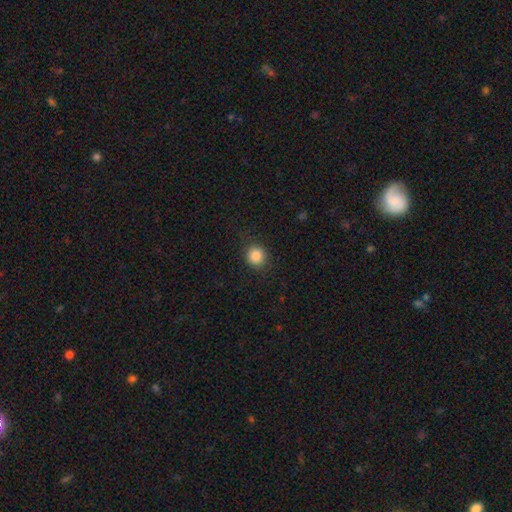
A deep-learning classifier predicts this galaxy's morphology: smooth-or-featured: smooth: 86% | star or artifact: 10% | featured or disk: 4%
  how-rounded: round: 89% | in between: 10% | cigar-shaped: 1%
  merging: none: 87% | minor disturbance: 9% | major disturbance: 3% | merger: 1%